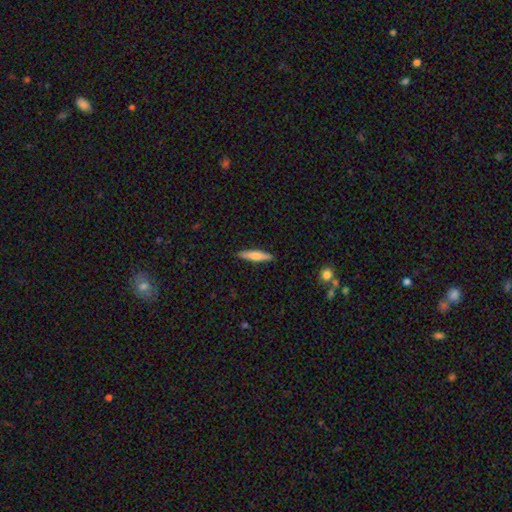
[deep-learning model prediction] Morphology: type=smooth (63%); roundness=cigar-shaped (84%); merging=none (90%).